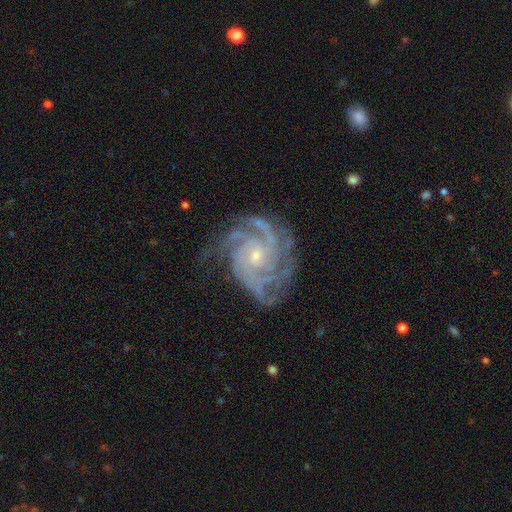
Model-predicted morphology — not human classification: Smooth or featured? featured or disk (91%)
Edge-on disk? no (98%)
Bar? no (72%)
Spiral arms? yes (98%)
Spiral winding? tight (67%)
Spiral arm count? 4 (32%)
Bulge size? small (72%)
Merging? none (73%)